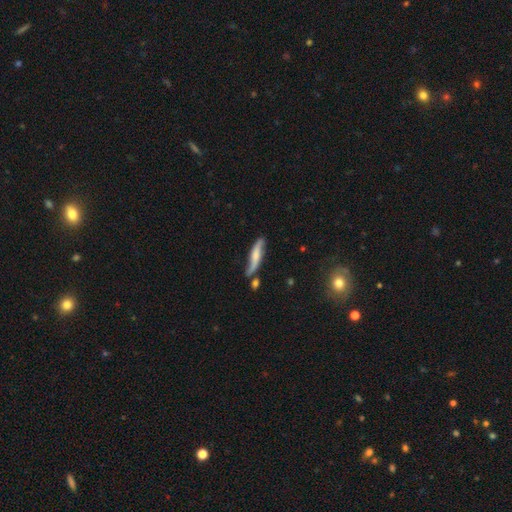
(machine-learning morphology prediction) A featured or disk galaxy (55%). Merging: none (59%).